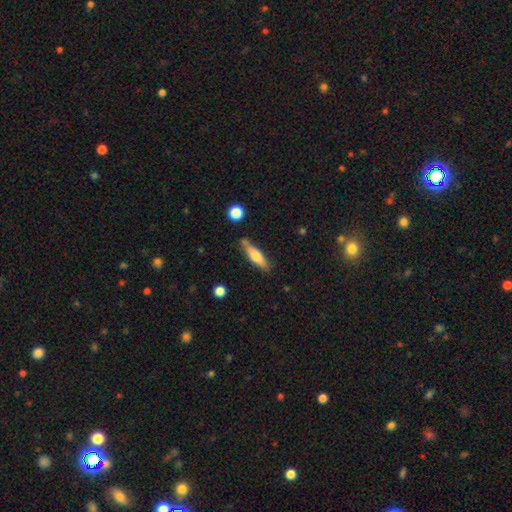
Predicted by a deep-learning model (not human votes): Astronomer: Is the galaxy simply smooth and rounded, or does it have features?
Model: smooth — 64%.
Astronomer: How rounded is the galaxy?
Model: cigar-shaped — 66%.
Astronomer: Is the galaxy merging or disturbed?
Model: none — 72%.